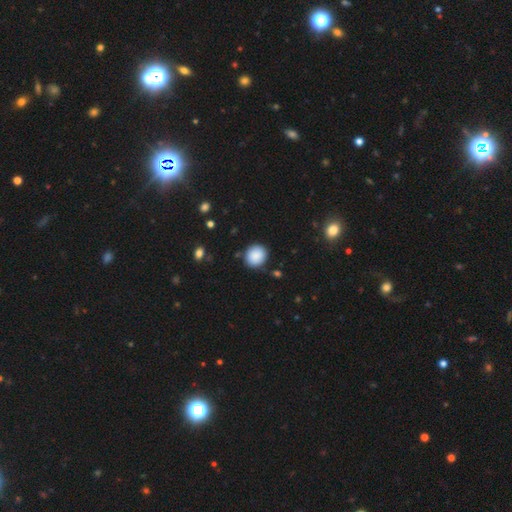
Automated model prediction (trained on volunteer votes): Q: Smooth or featured?
A: smooth (88%); runner-up: star or artifact (8%)
Q: How rounded?
A: round (84%); runner-up: in between (16%)
Q: Merging?
A: none (86%); runner-up: minor disturbance (10%)